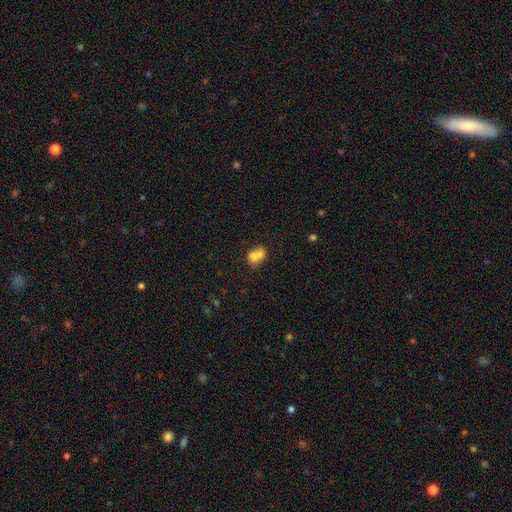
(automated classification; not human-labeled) Smooth or featured? smooth (70%)
How rounded? round (57%)
Merging? merger (65%)